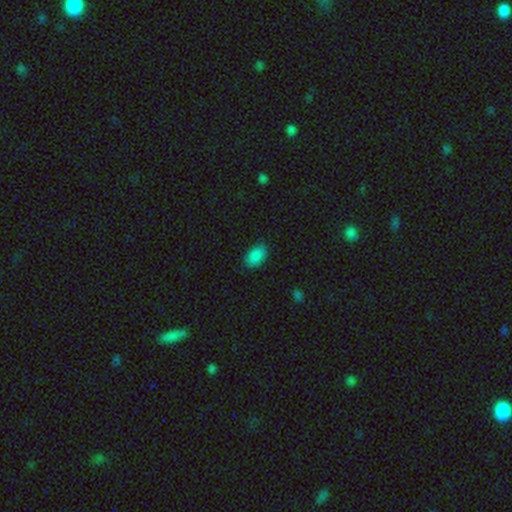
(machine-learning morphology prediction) Overall: smooth (88%). How rounded: in between (88%). Merging: none (84%).